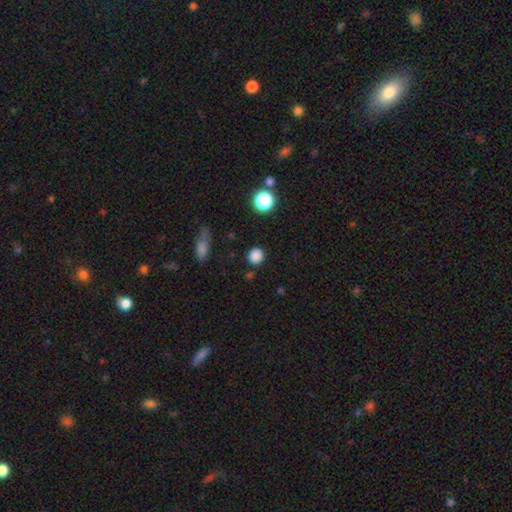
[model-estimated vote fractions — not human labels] smooth_or_featured: smooth (p=0.84) [alt: star or artifact p=0.13]
how_rounded: round (p=0.90) [alt: in between p=0.09]
merging: none (p=0.87) [alt: minor disturbance p=0.08]